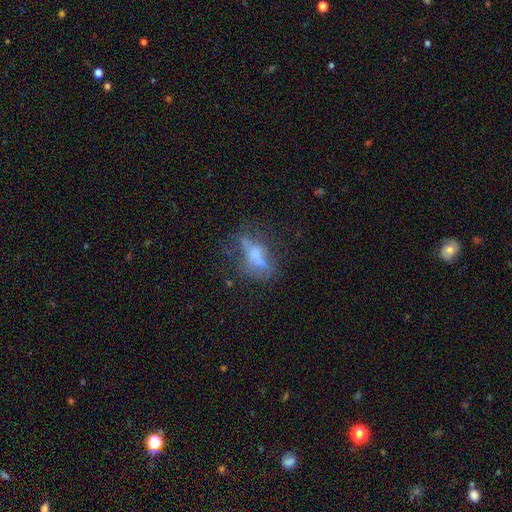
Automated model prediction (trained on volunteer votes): smooth_or_featured: featured or disk (p=0.44) [alt: smooth p=0.40]
merging: none (p=0.41) [alt: major disturbance p=0.30]